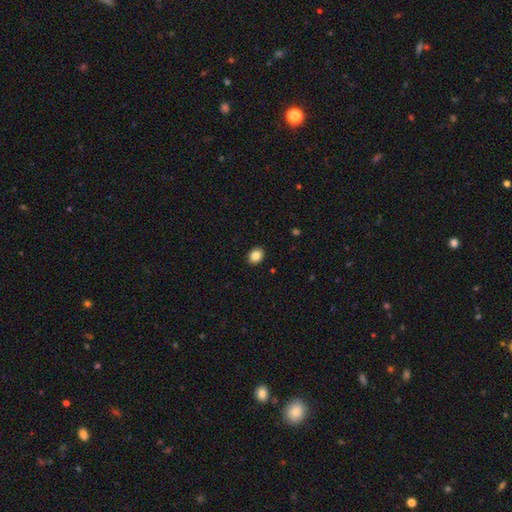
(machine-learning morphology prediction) This appears to be a smooth galaxy with no disk features (85%) that is in between round and cigar-shaped (56%). Merging: none (91%).